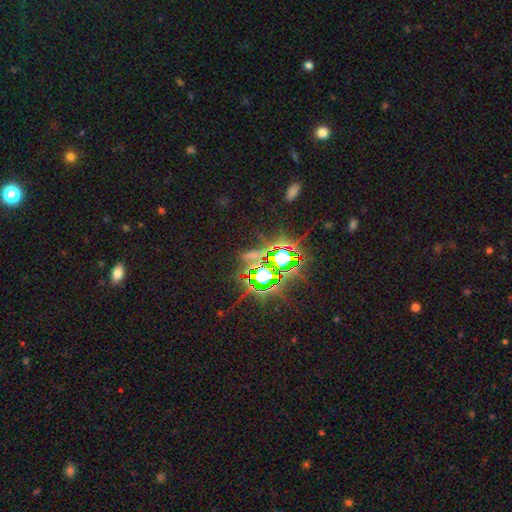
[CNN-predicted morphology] Smooth or featured? star or artifact (82%)